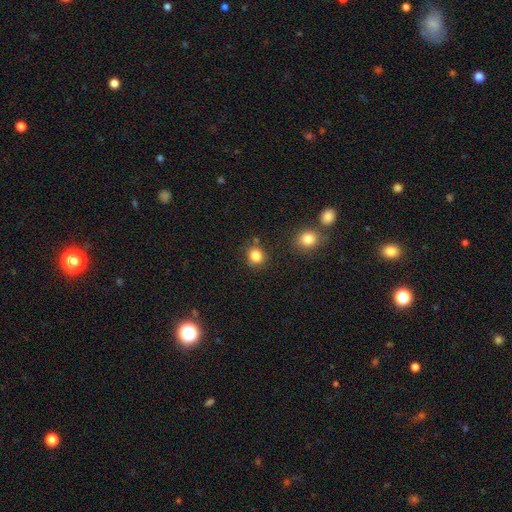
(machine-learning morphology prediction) Smooth or featured? smooth (84%)
How rounded? round (76%)
Merging? none (80%)